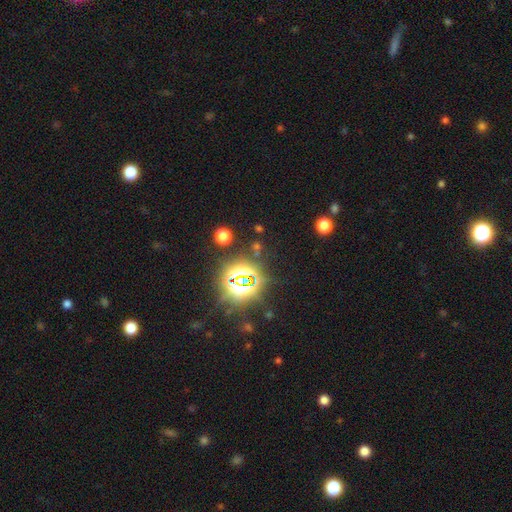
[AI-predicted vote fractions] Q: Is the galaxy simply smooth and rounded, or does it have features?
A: star or artifact — 80%.